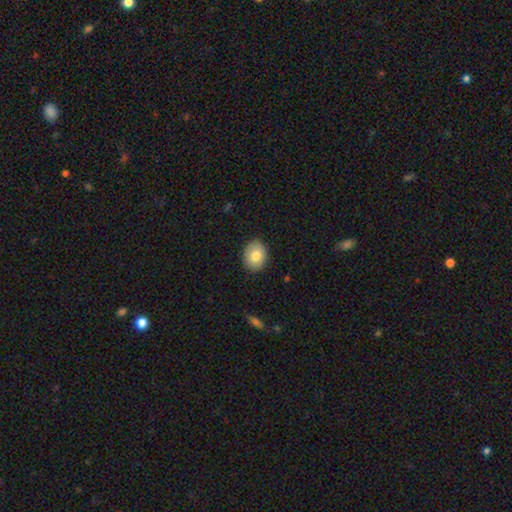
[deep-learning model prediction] This is clearly a smooth galaxy (80%). How rounded: possibly in between (50%). Merging: clearly none (88%).